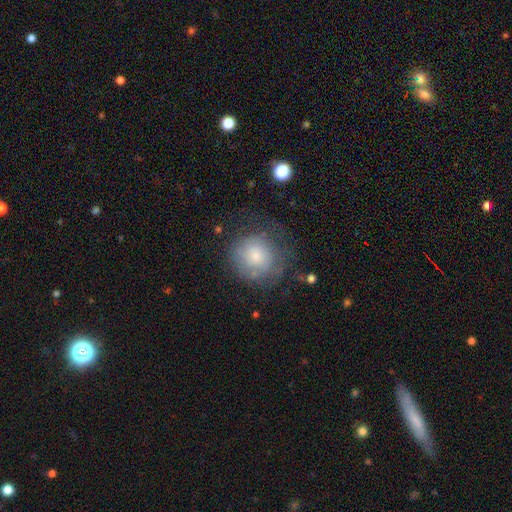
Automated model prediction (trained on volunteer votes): This is likely a smooth galaxy (64%). How rounded: clearly round (89%). Merging: possibly none (55%).